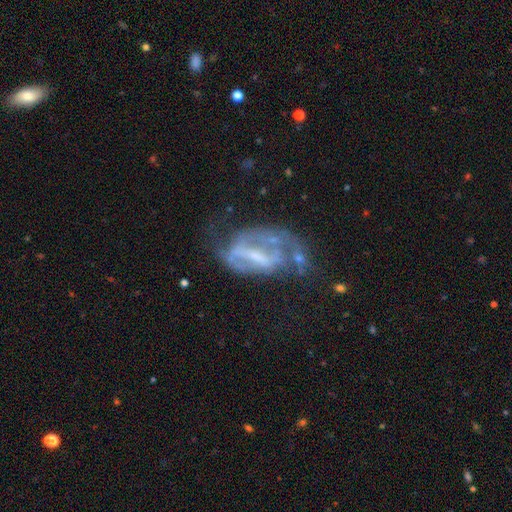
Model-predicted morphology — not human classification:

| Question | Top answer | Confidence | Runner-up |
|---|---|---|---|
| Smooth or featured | featured or disk | 76% | smooth (15%) |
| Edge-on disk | no | 94% | yes (6%) |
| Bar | strong | 47% | weak (35%) |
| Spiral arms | yes | 66% | no (34%) |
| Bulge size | small | 42% | moderate (27%) |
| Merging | none | 36% | major disturbance (34%) |